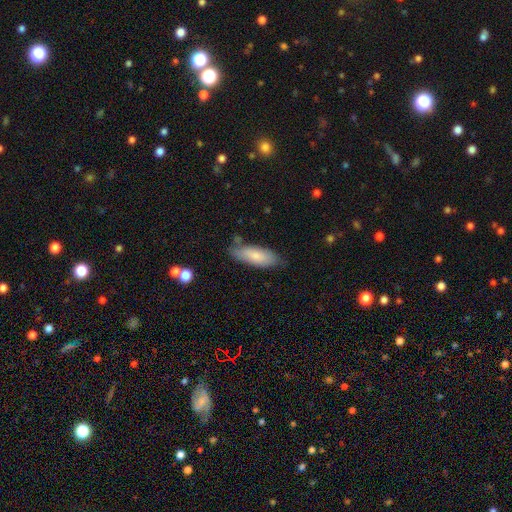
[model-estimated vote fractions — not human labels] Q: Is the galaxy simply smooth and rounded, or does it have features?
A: smooth — 78%.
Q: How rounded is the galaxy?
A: in between — 64%.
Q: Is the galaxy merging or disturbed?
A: none — 71%.